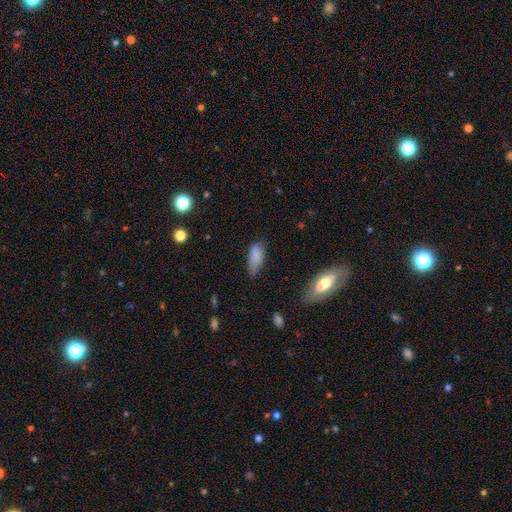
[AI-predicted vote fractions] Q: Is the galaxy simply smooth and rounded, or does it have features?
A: smooth — 81%.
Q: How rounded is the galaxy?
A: in between — 81%.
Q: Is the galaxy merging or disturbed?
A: none — 47%.